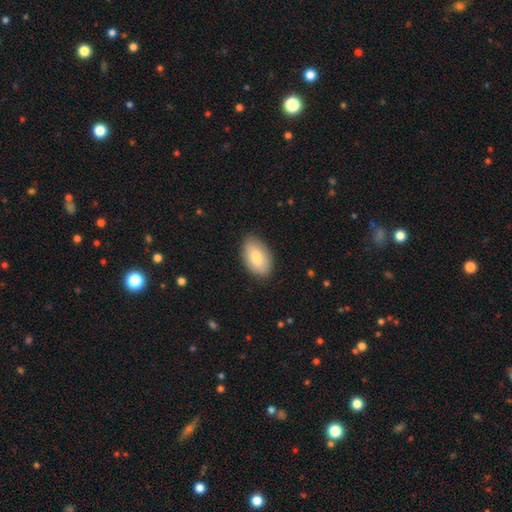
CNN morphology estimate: The model was most divided on "smooth or featured": smooth: 79%, featured or disk: 15%, star or artifact: 6%. More confident: how rounded — in between (94%); merging — none (86%).